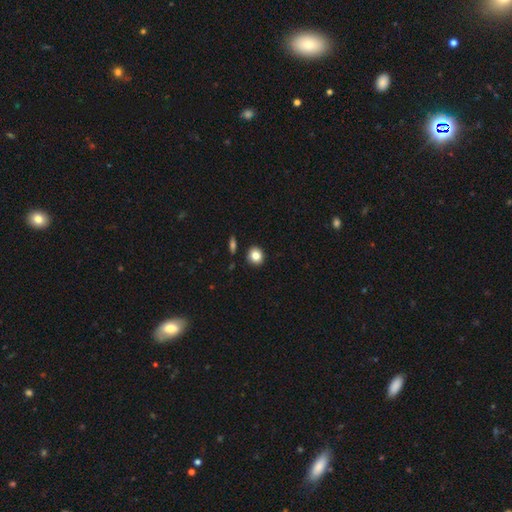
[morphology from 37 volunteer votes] This is clearly a smooth galaxy (86%). How rounded: likely round (78%). Merging: clearly none (89%).